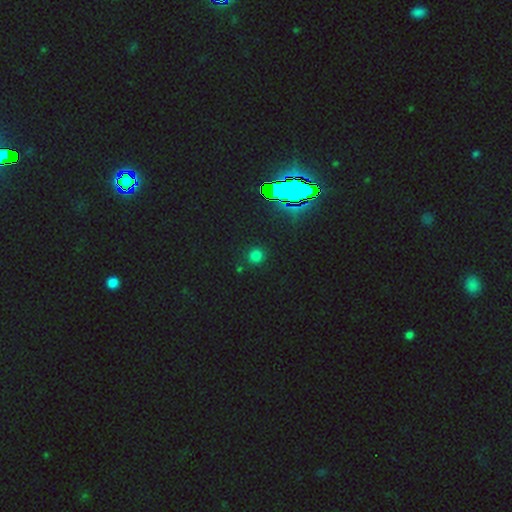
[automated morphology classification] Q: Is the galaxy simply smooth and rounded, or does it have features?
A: smooth — 59%.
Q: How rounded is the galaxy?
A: round — 92%.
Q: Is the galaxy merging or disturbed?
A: none — 89%.